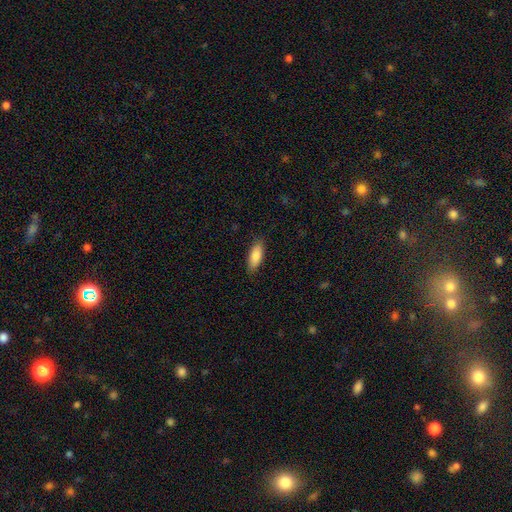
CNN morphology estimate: This is clearly a smooth galaxy (86%). How rounded: likely in between (73%). Merging: clearly none (87%).